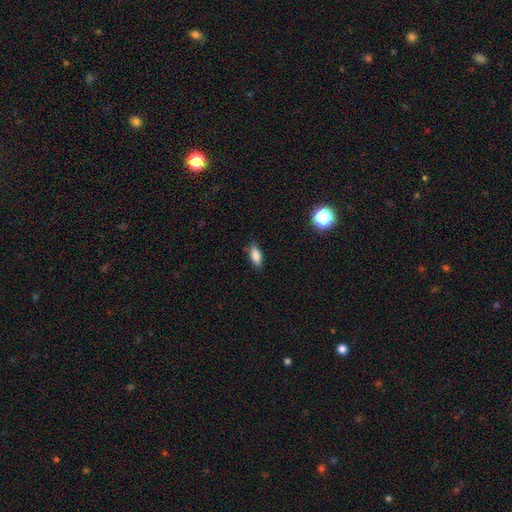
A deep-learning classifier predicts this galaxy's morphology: Smooth or featured? smooth (84%)
How rounded? in between (79%)
Merging? none (80%)